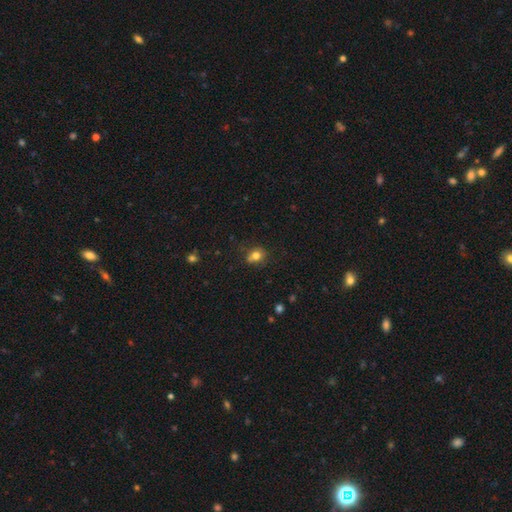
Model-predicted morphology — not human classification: Smooth or featured: smooth — 78% (star or artifact — 12%)
How rounded: in between — 50% (round — 49%)
Merging: none — 71% (minor disturbance — 21%)